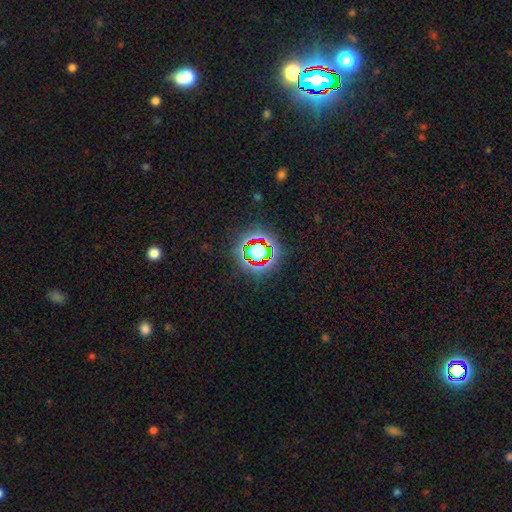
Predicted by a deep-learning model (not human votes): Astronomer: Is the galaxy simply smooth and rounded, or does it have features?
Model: star or artifact — 63%.